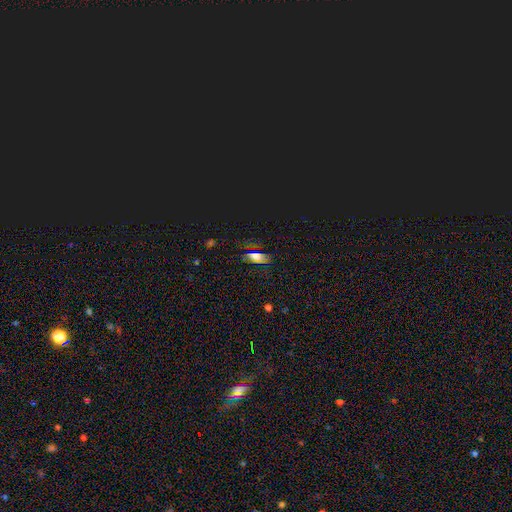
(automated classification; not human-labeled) smooth-or-featured: smooth: 50% | star or artifact: 38% | featured or disk: 12%
  merging: none: 78% | minor disturbance: 14% | major disturbance: 6% | merger: 3%